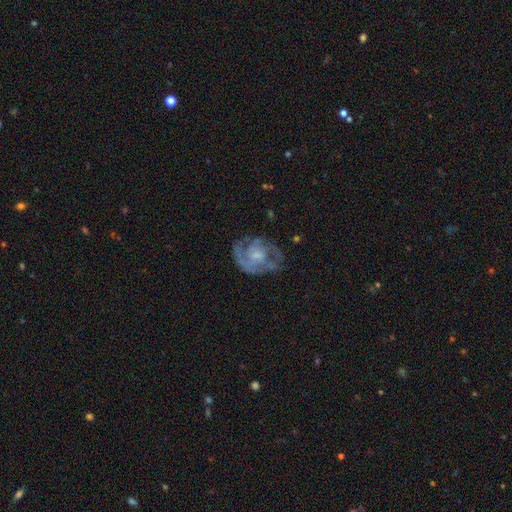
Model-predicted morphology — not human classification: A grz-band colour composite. It shows a featured or disk galaxy (75%) with no bar (66%), tight (44%) spiral arms (80%) and a moderate central bulge (38%). Merging: none (60%).